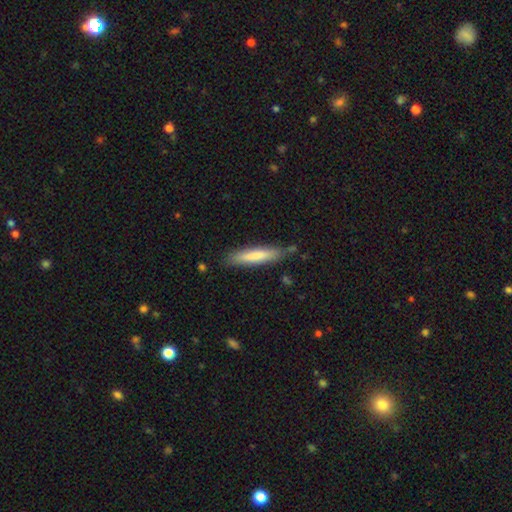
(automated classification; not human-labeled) This is likely a smooth galaxy (76%). How rounded: clearly cigar-shaped (87%). Merging: clearly none (82%).